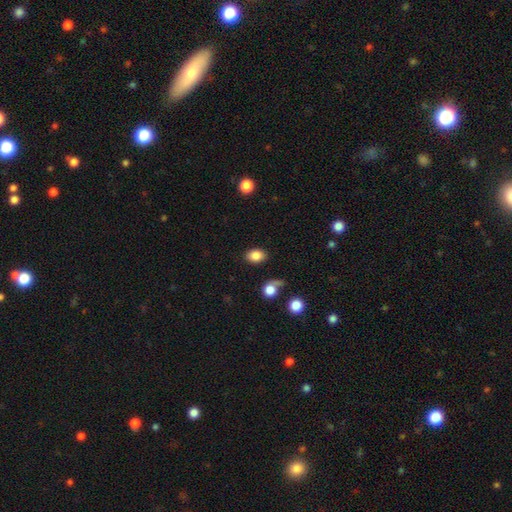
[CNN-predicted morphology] A smooth galaxy with no disk features (84%) that is in between round and cigar-shaped (77%). Merging: none (85%).